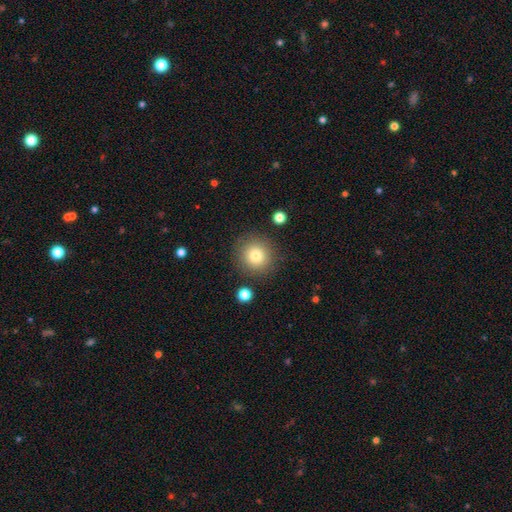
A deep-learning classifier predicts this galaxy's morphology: type=smooth (79%); roundness=round (93%); merging=none (86%).